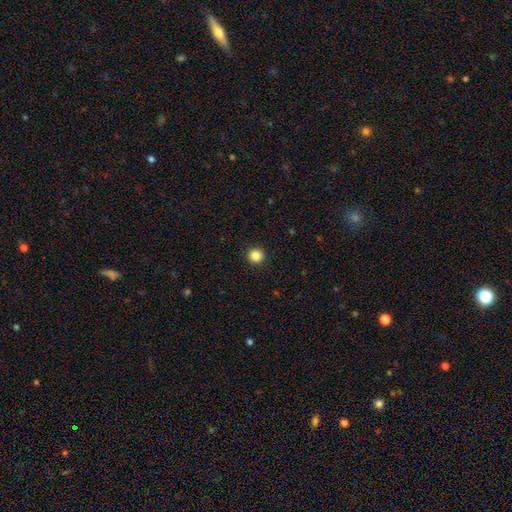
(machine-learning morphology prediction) smooth-or-featured: smooth: 85% | star or artifact: 11% | featured or disk: 4%
  how-rounded: round: 95% | in between: 4% | cigar-shaped: 1%
  merging: none: 93% | minor disturbance: 4% | major disturbance: 2% | merger: 1%